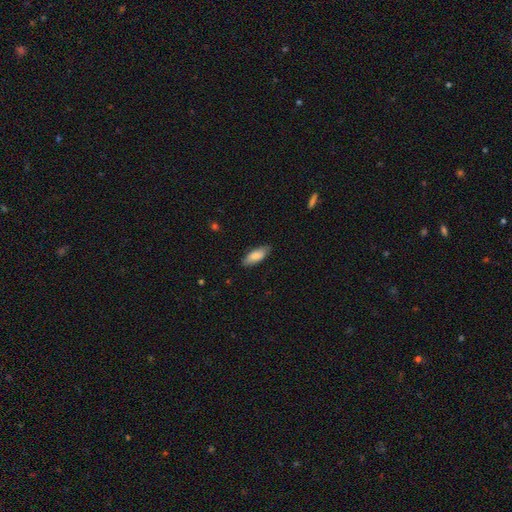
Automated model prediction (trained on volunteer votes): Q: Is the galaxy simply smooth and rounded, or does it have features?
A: smooth — 81%.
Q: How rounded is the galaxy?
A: in between — 75%.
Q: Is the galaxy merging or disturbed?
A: none — 82%.